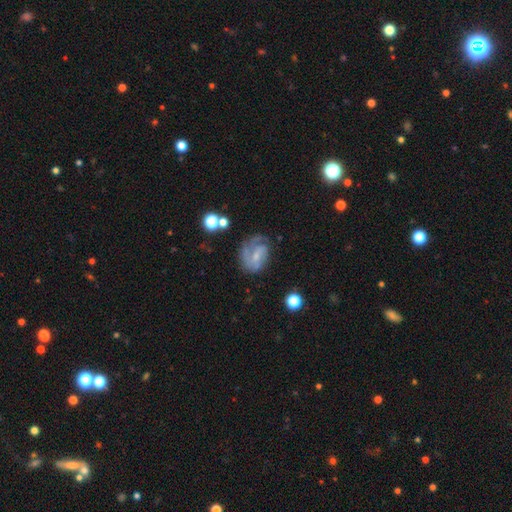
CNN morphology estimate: featured or disk 70%, smooth 22%, star or artifact 8%. Down the decision tree: edge-on disk — no (97%); bar — weak (48%); spiral arms — yes (86%); spiral arm count — 2 (36%); spiral winding — tight (41%); bulge size — small (53%); merging — none (52%).